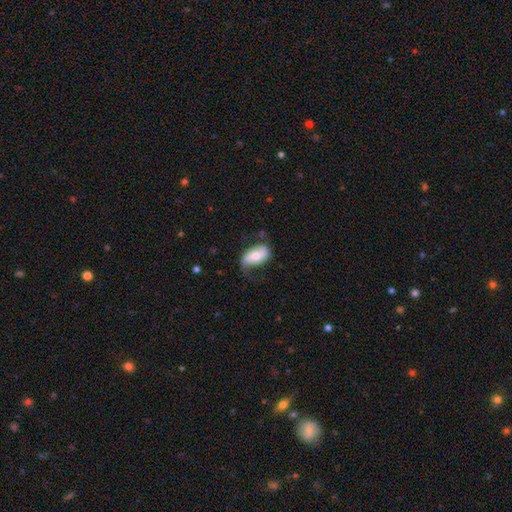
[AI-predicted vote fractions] Q: Smooth or featured?
A: featured or disk (50%); runner-up: smooth (44%)
Q: Merging?
A: none (50%); runner-up: minor disturbance (31%)